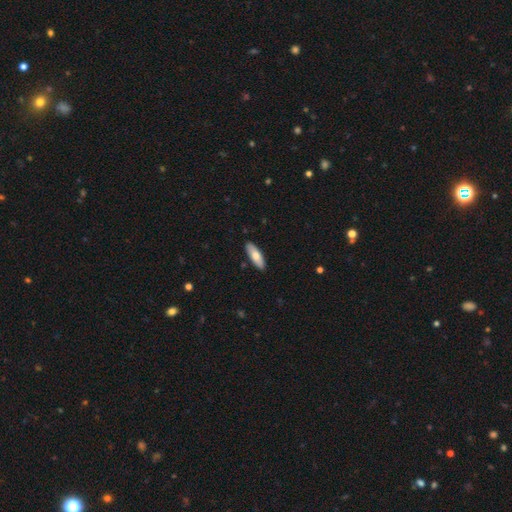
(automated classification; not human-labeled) This appears to be a smooth galaxy with no disk features (71%) that is in between round and cigar-shaped (59%). Merging: none (90%).